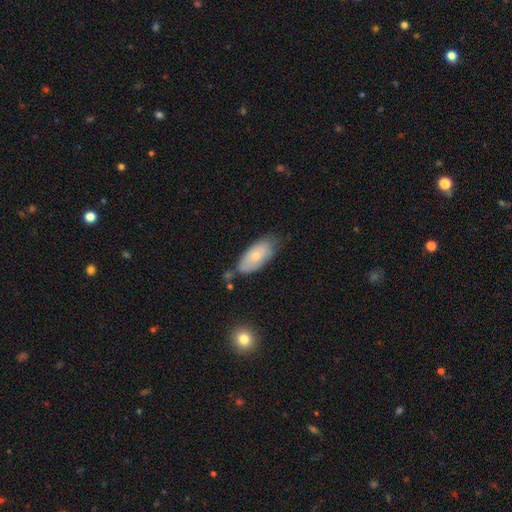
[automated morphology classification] A smooth galaxy with no disk features (68%) that is in between round and cigar-shaped (90%). Merging: none (60%).